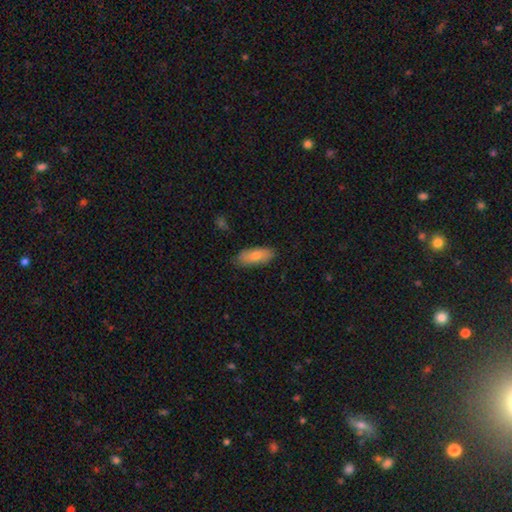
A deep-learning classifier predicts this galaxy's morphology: type=smooth (75%); roundness=in between (74%); merging=none (85%).